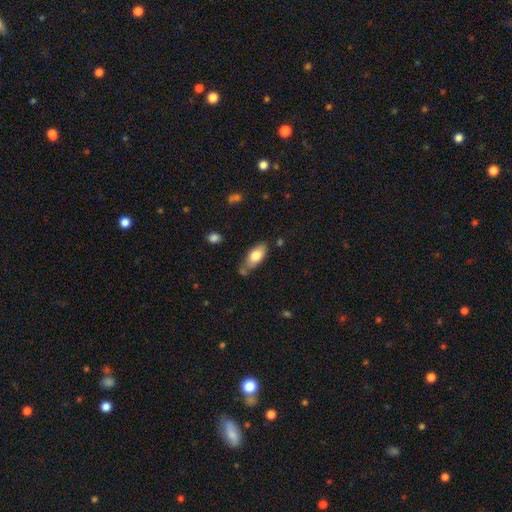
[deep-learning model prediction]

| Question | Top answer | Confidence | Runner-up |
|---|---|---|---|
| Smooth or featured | smooth | 75% | featured or disk (18%) |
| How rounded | in between | 86% | cigar-shaped (11%) |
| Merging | none | 62% | minor disturbance (24%) |